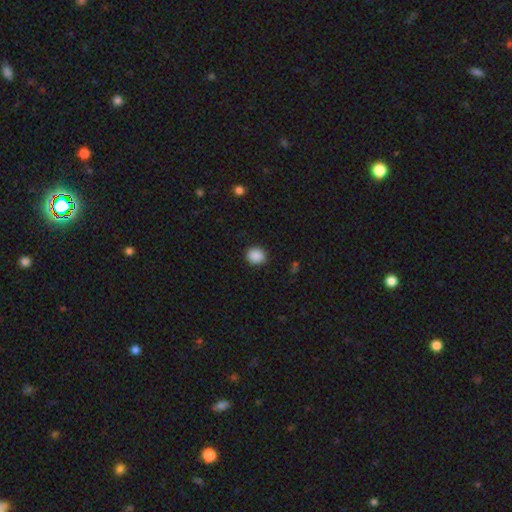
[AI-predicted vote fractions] smooth_or_featured: smooth (p=0.89) [alt: star or artifact p=0.09]
how_rounded: round (p=0.84) [alt: in between p=0.16]
merging: none (p=0.91) [alt: minor disturbance p=0.06]